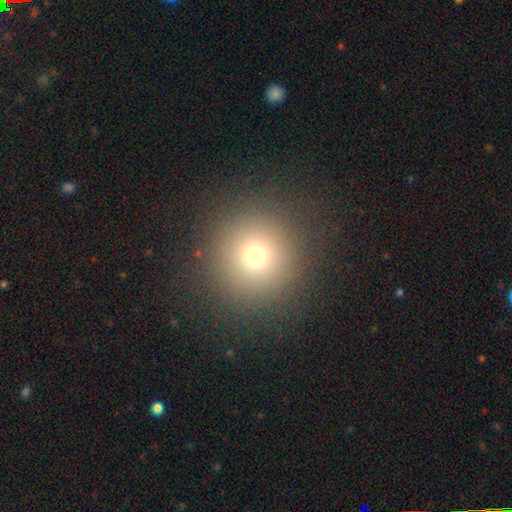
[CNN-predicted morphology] Overall: smooth (72%). How rounded: round (96%). Merging: none (90%).